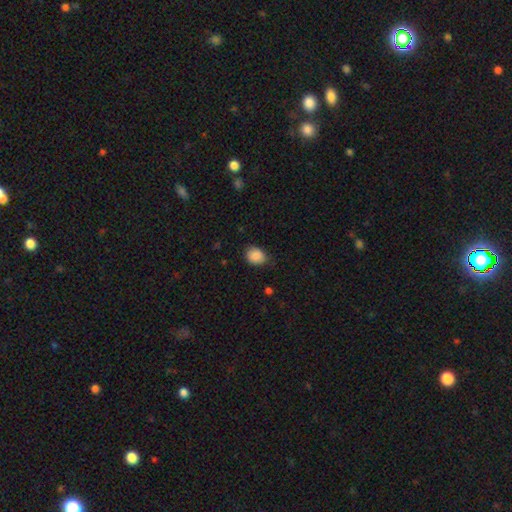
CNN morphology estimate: This is clearly a smooth galaxy (88%). How rounded: possibly round (52%). Merging: likely none (72%).